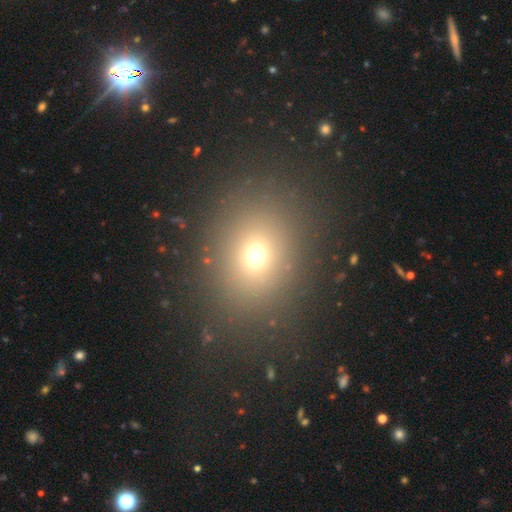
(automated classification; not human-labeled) Overall: smooth (68%). How rounded: round (59%; in between 40%). Merging: none (85%).